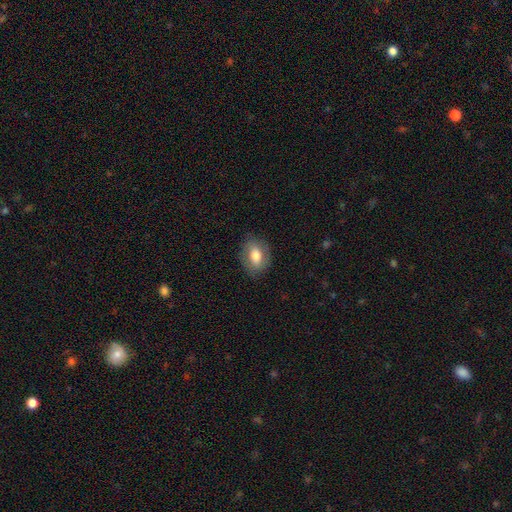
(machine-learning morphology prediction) Overall: smooth (63%; featured or disk 30%). How rounded: in between (78%). Merging: none (80%).